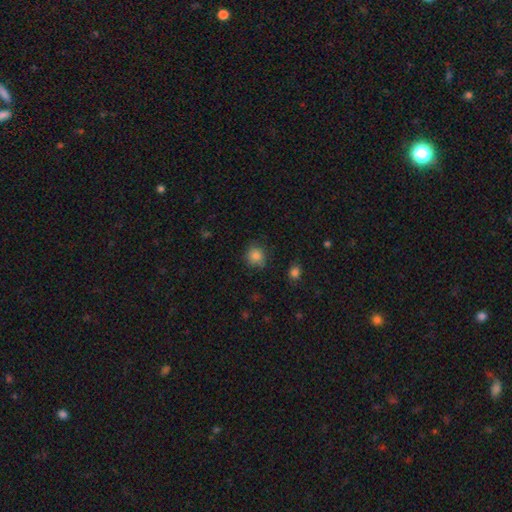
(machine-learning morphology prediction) Smooth or featured? Predicted: smooth (p=0.84). How rounded? Predicted: round (p=0.86). Merging? Predicted: none (p=0.77).